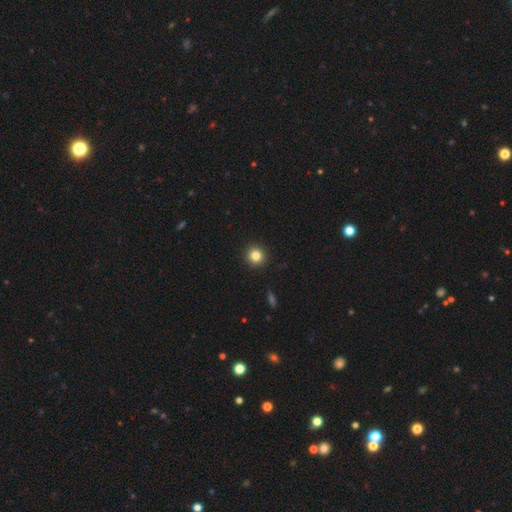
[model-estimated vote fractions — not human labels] Morphology: type=smooth (83%); roundness=round (94%); merging=none (93%).